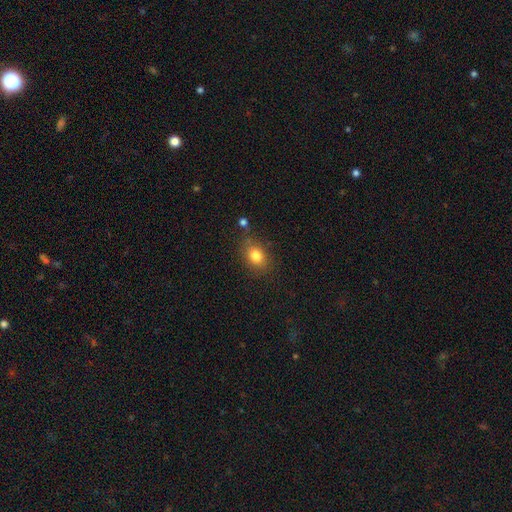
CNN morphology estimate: Smooth or featured?
  - smooth: 81% *
  - star or artifact: 11%
  - featured or disk: 8%
How rounded?
  - in between: 59% *
  - round: 40%
  - cigar-shaped: 1%
Merging?
  - none: 74% *
  - minor disturbance: 16%
  - merger: 5%
  - major disturbance: 5%